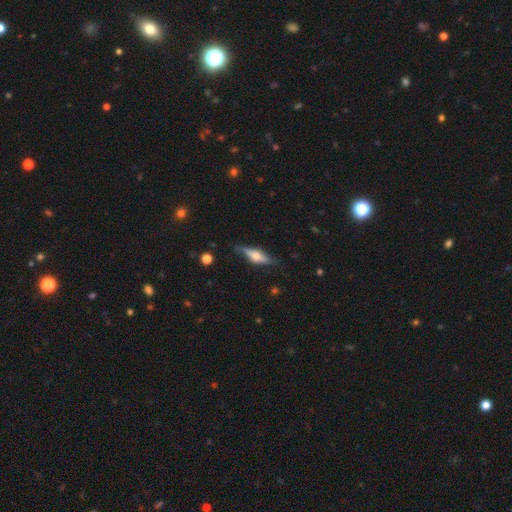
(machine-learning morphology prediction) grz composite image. It shows a featured or disk galaxy (61%) viewed edge-on (93%) with a rounded central bulge (87%). Merging: none (77%).